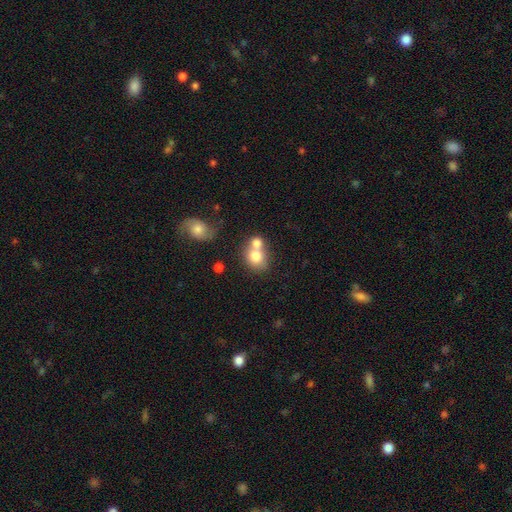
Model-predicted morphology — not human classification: A smooth galaxy with no disk features (74%) that is round (63%). Merging: merger (59%).